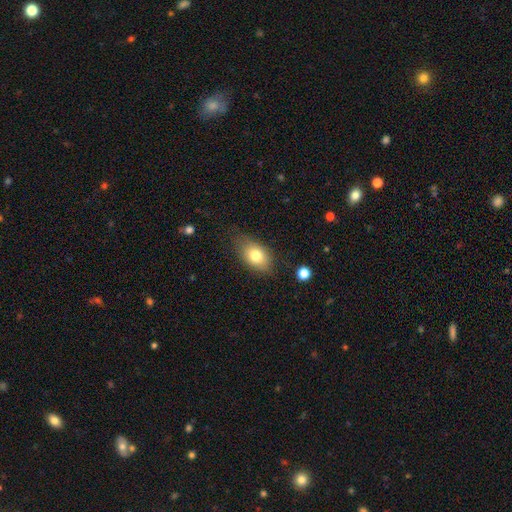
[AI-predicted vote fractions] The model was most divided on "merging": none: 71%, minor disturbance: 22%, major disturbance: 6%, merger: 2%. More confident: how rounded — in between (85%); smooth or featured — smooth (78%).